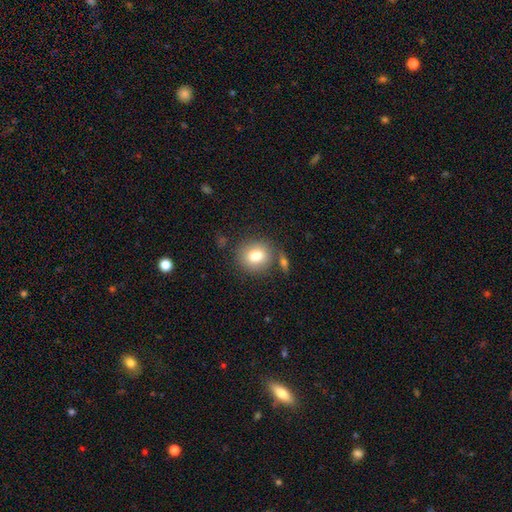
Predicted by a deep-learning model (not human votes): The model was most divided on "how rounded": round: 74%, in between: 25%, cigar-shaped: 1%. More confident: smooth or featured — smooth (80%); merging — none (74%).